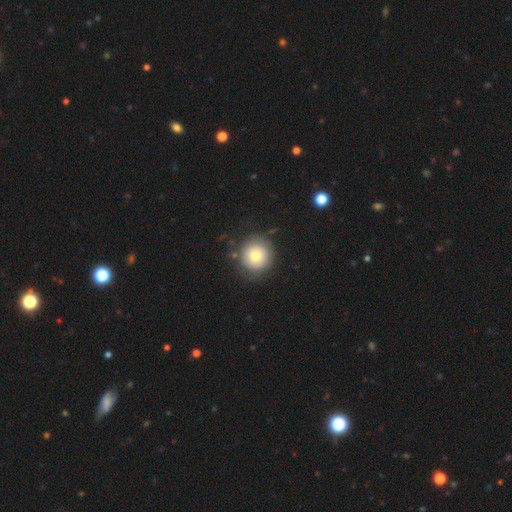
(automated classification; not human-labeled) Overall: smooth (75%). How rounded: round (95%). Merging: none (80%).